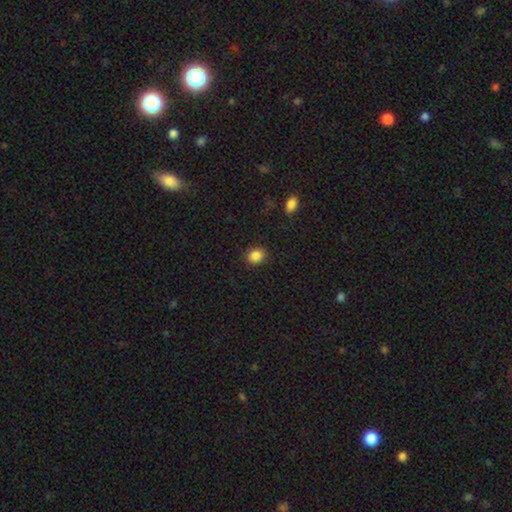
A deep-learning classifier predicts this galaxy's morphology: Smooth or featured?
  - smooth: 87% *
  - star or artifact: 9%
  - featured or disk: 4%
How rounded?
  - round: 52% *
  - in between: 47%
  - cigar-shaped: 1%
Merging?
  - none: 89% *
  - minor disturbance: 7%
  - major disturbance: 2%
  - merger: 1%